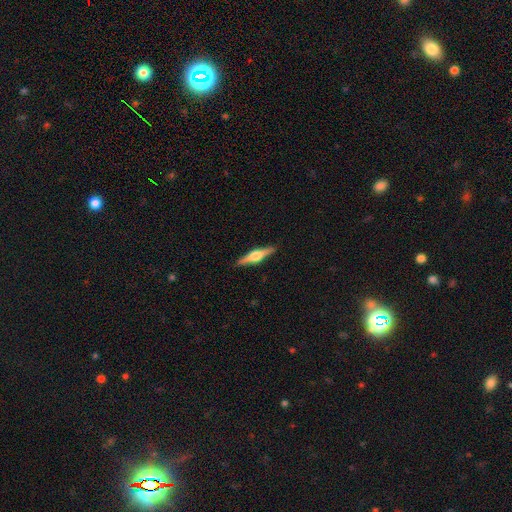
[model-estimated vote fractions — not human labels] A featured or disk galaxy (72%) viewed edge-on (98%) with a rounded central bulge (93%).

Vote fractions:
- Smooth or featured? featured or disk: 72% / smooth: 23% / star or artifact: 5%
- Edge-on disk? yes: 98% / no: 2%
- Edge-on bulge? rounded: 93% / boxy: 6% / none: 2%
- Merging? none: 91% / minor disturbance: 7% / major disturbance: 1% / merger: 1%